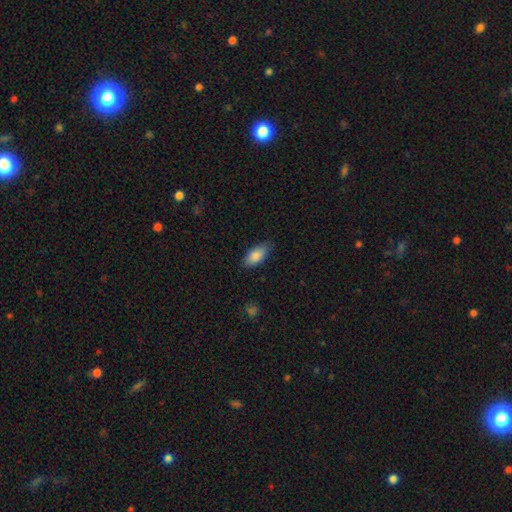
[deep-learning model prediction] Smooth or featured? Predicted: smooth (p=0.86). How rounded? Predicted: in between (p=0.90). Merging? Predicted: none (p=0.77).